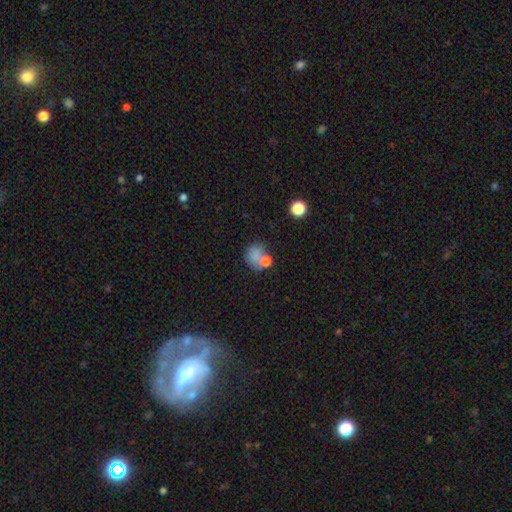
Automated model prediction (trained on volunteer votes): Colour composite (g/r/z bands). It shows a smooth galaxy with no disk features (75%) that is round (70%). Merging: none (45%).